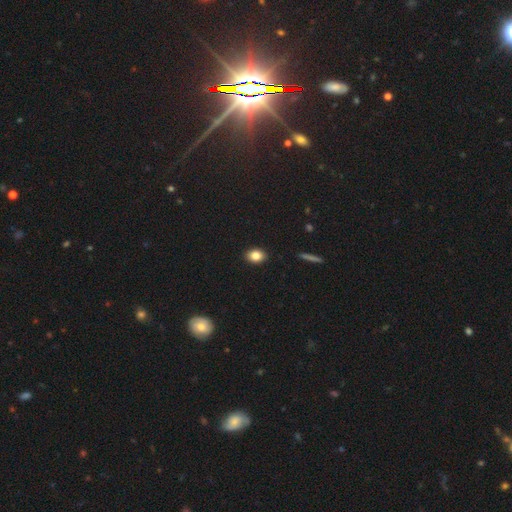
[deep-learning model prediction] A smooth galaxy with no disk features (84%) that is in between round and cigar-shaped (70%).

Vote fractions:
- Smooth or featured? smooth: 84% / star or artifact: 9% / featured or disk: 7%
- How rounded? in between: 70% / round: 29% / cigar-shaped: 2%
- Merging? none: 90% / minor disturbance: 7% / major disturbance: 2% / merger: 1%